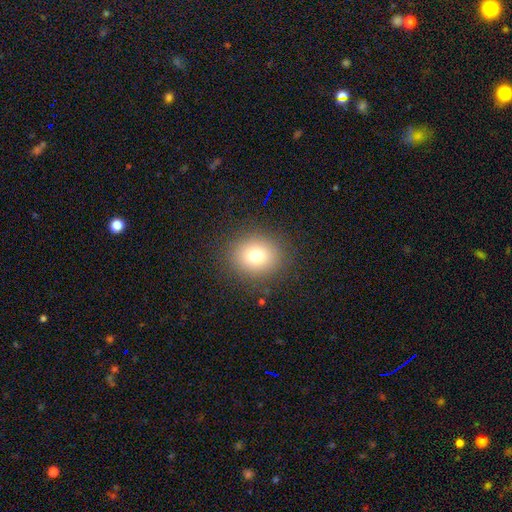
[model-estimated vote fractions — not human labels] Smooth or featured: smooth — 75% (star or artifact — 15%)
How rounded: round — 76% (in between — 23%)
Merging: none — 88% (minor disturbance — 7%)